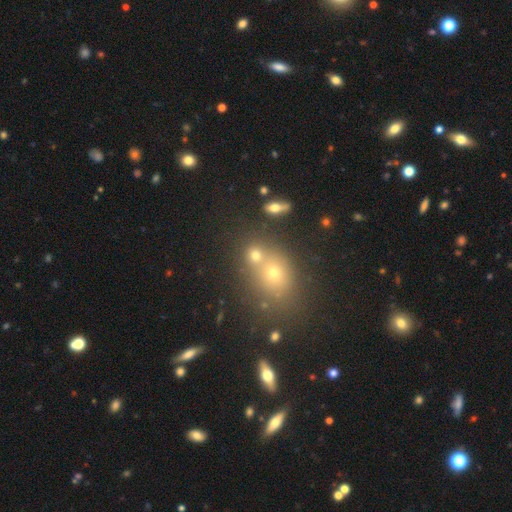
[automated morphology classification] Smooth or featured?
  - smooth: 67% *
  - star or artifact: 19%
  - featured or disk: 13%
How rounded?
  - round: 68% *
  - in between: 30%
  - cigar-shaped: 2%
Merging?
  - none: 51% *
  - merger: 37%
  - minor disturbance: 8%
  - major disturbance: 4%